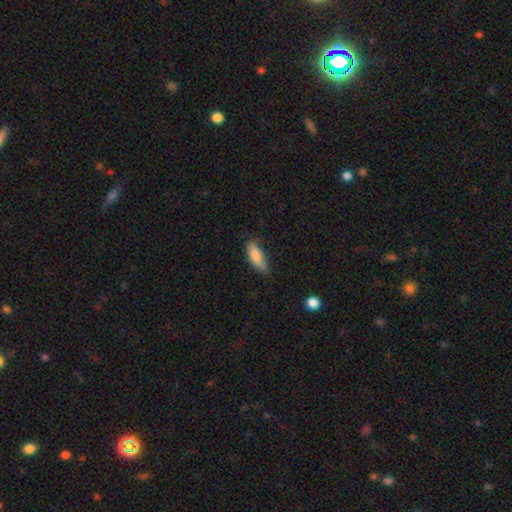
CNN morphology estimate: Smooth or featured?
  - smooth: 86% *
  - featured or disk: 8%
  - star or artifact: 6%
How rounded?
  - in between: 60% *
  - cigar-shaped: 38%
  - round: 2%
Merging?
  - none: 63% *
  - minor disturbance: 30%
  - major disturbance: 5%
  - merger: 2%